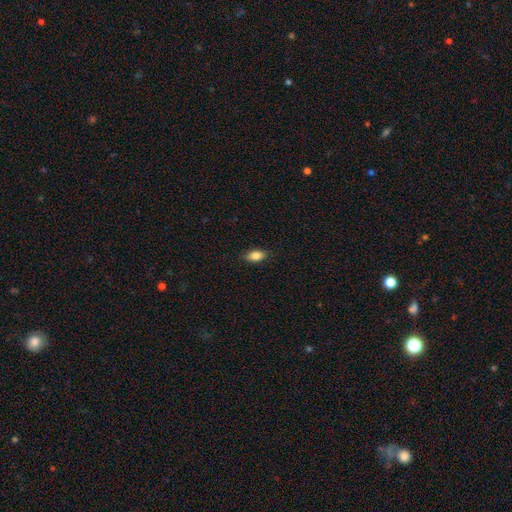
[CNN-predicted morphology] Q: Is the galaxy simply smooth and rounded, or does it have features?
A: smooth — 84%.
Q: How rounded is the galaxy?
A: in between — 87%.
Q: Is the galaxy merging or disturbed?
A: none — 87%.